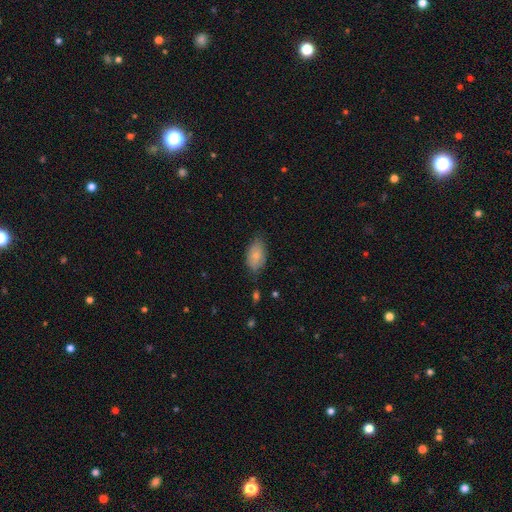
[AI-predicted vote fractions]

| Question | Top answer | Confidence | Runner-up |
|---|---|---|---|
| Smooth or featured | smooth | 81% | featured or disk (12%) |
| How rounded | in between | 92% | round (5%) |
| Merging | none | 72% | minor disturbance (22%) |